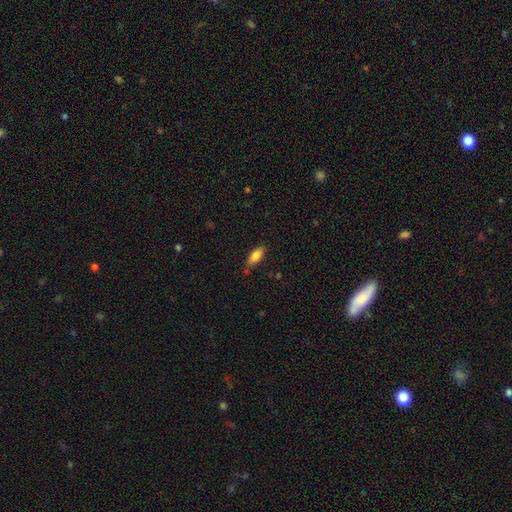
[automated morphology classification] Smooth or featured? smooth (80%)
How rounded? in between (80%)
Merging? none (80%)